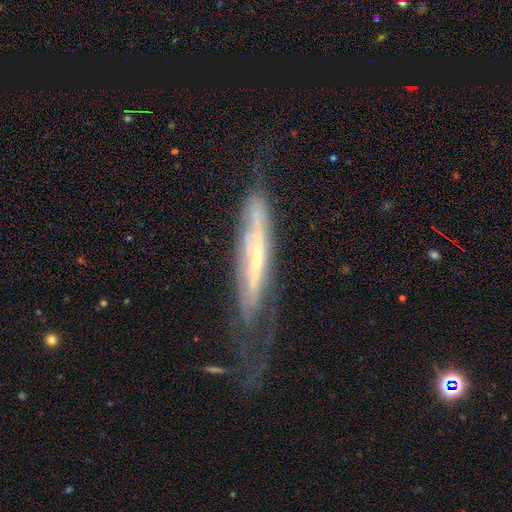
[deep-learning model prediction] This appears to be a featured or disk galaxy (73%) viewed edge-on (61%). Merging: none (47%).